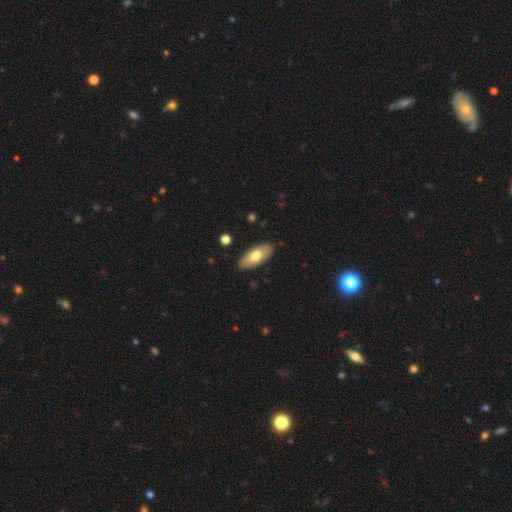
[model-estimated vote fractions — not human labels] Smooth or featured? Predicted: smooth (p=0.70). How rounded? Predicted: in between (p=0.85). Merging? Predicted: none (p=0.88).